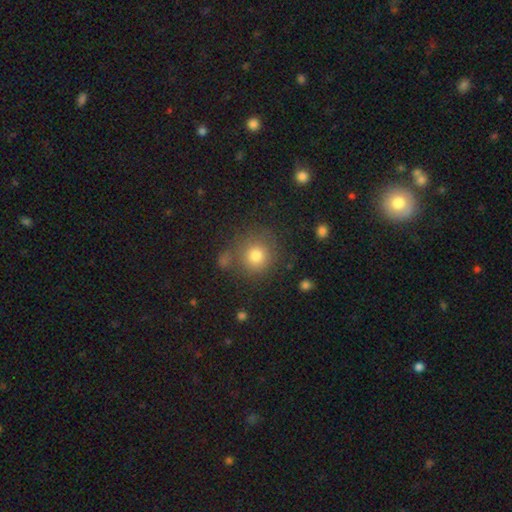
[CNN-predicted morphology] Q: Smooth or featured?
A: smooth (80%); runner-up: star or artifact (12%)
Q: How rounded?
A: round (91%); runner-up: in between (8%)
Q: Merging?
A: none (78%); runner-up: minor disturbance (11%)